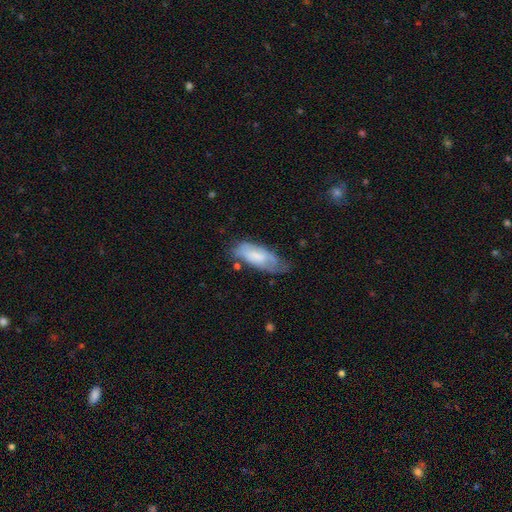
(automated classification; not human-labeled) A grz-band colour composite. It shows a smooth galaxy with no disk features (56%) that is in between round and cigar-shaped (71%). Merging: none (52%).